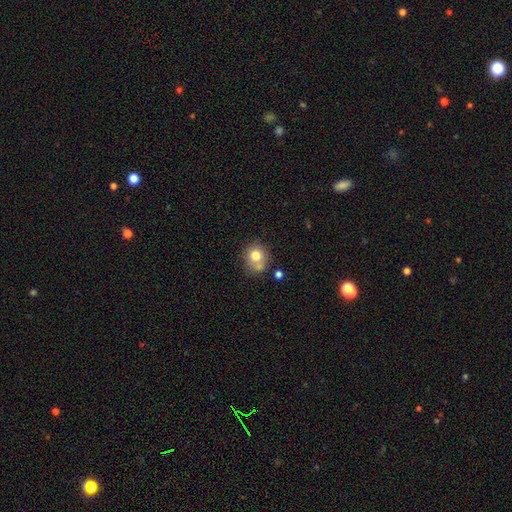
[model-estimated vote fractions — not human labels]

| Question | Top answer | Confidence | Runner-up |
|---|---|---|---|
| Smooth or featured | smooth | 76% | featured or disk (14%) |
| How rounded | round | 77% | in between (22%) |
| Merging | none | 55% | merger (23%) |